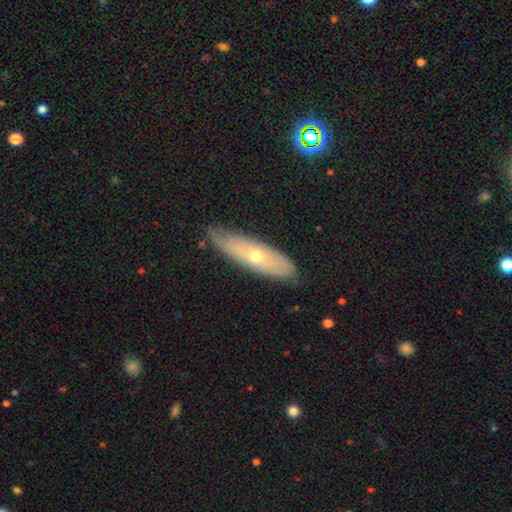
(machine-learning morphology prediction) Overall: featured or disk (53%; smooth 41%). Edge-on disk: no (62%; yes 38%). Merging: none (71%).